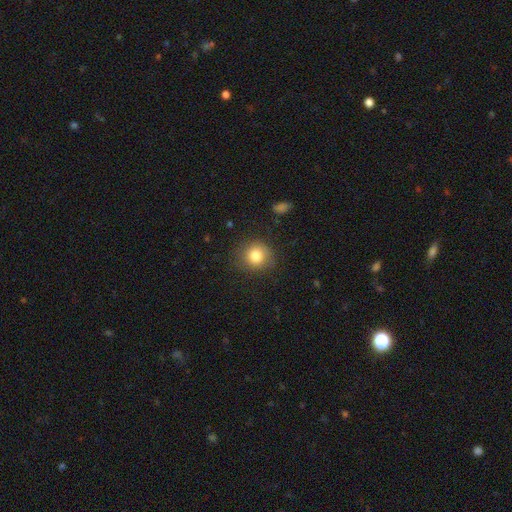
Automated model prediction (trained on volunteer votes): smooth_or_featured: smooth (p=0.82) [alt: star or artifact p=0.10]
how_rounded: round (p=0.83) [alt: in between p=0.16]
merging: none (p=0.80) [alt: minor disturbance p=0.15]